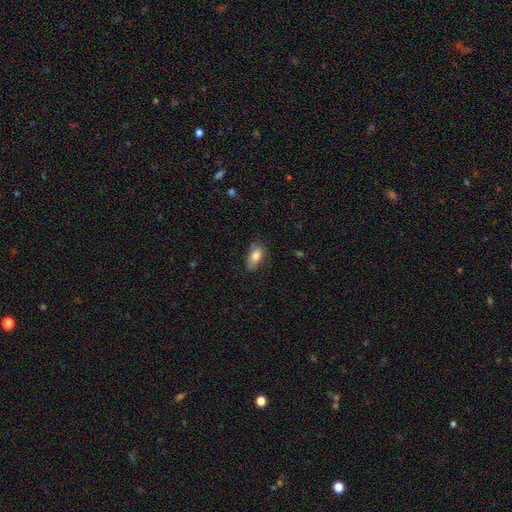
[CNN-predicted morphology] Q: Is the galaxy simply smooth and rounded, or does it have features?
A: smooth — 81%.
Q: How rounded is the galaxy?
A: in between — 89%.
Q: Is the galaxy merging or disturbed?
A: none — 67%.